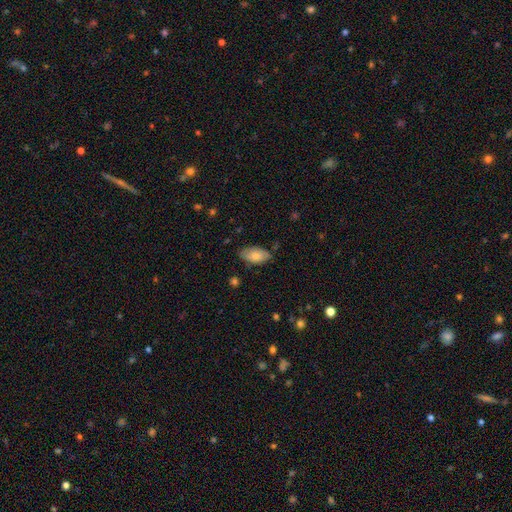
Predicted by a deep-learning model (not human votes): Overall: smooth (78%). How rounded: in between (93%). Merging: none (75%).